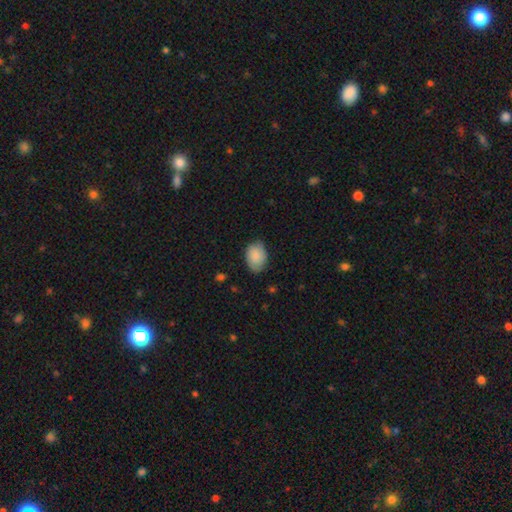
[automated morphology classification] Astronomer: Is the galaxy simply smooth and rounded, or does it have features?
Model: smooth — 84%.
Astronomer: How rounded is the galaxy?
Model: in between — 82%.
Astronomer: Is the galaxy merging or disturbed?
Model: none — 75%.